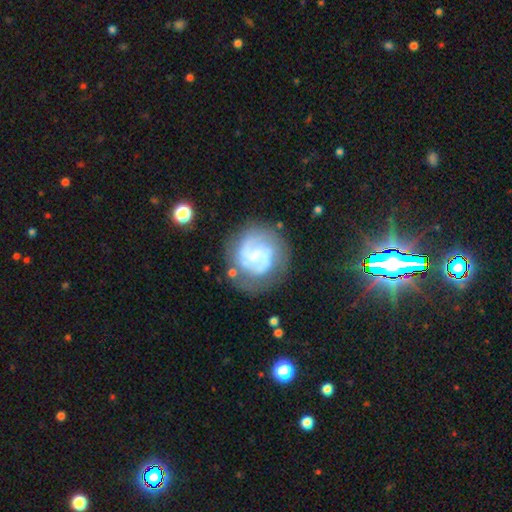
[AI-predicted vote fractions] Smooth or featured? Predicted: featured or disk (p=0.72). Edge-on disk? Predicted: no (p=0.98). Bar? Predicted: no (p=0.54). Spiral arms? Predicted: yes (p=0.89). Spiral winding? Predicted: tight (p=0.46). Spiral arm count? Predicted: 2 (p=0.41). Bulge size? Predicted: small (p=0.50). Merging? Predicted: none (p=0.67).